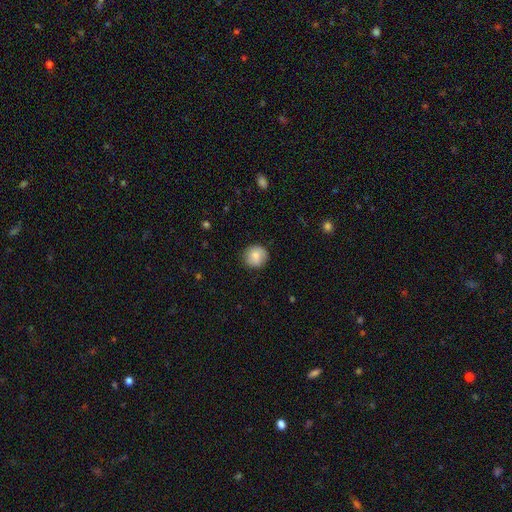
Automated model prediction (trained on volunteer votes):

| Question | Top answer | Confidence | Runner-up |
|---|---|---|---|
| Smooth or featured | smooth | 78% | featured or disk (14%) |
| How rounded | round | 91% | in between (8%) |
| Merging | none | 85% | minor disturbance (11%) |